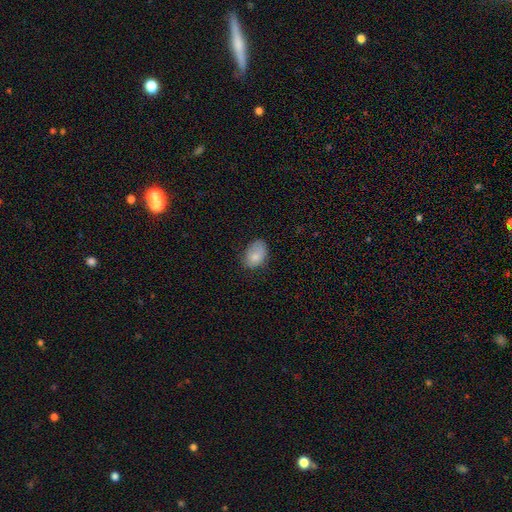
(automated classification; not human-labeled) Smooth or featured: smooth — 81% (featured or disk — 12%)
How rounded: in between — 82% (round — 17%)
Merging: none — 60% (minor disturbance — 30%)